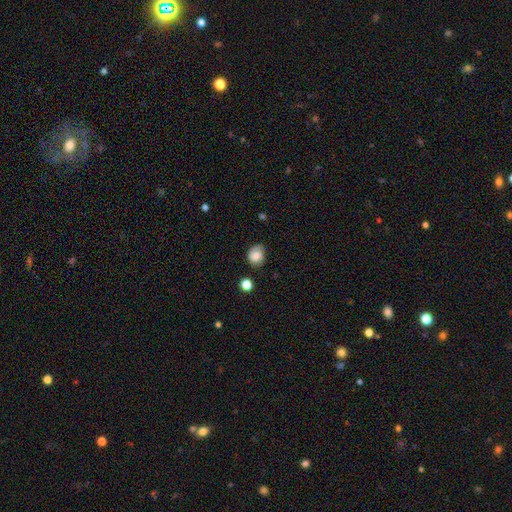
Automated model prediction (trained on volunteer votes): This appears to be a smooth galaxy with no disk features (62%) that is round (56%). Merging: none (61%).